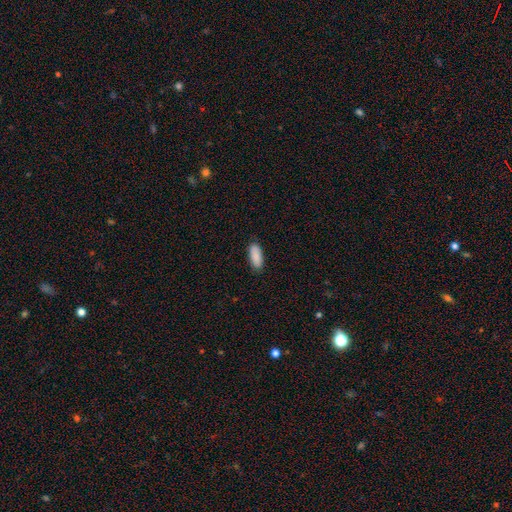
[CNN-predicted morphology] This is clearly a smooth galaxy (90%). How rounded: likely in between (79%). Merging: clearly none (88%).